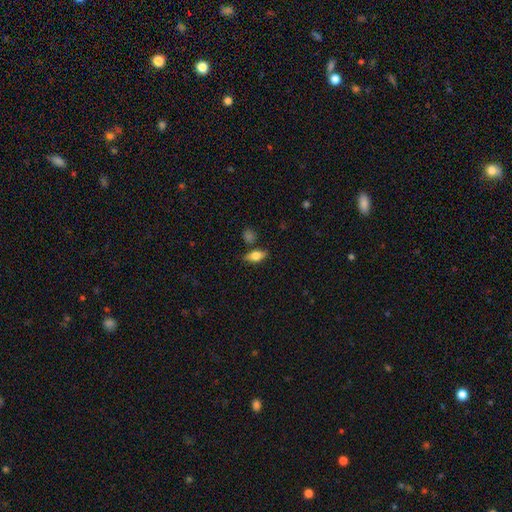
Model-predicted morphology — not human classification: A smooth galaxy with no disk features (65%) that is in between round and cigar-shaped (79%). Merging: none (77%).